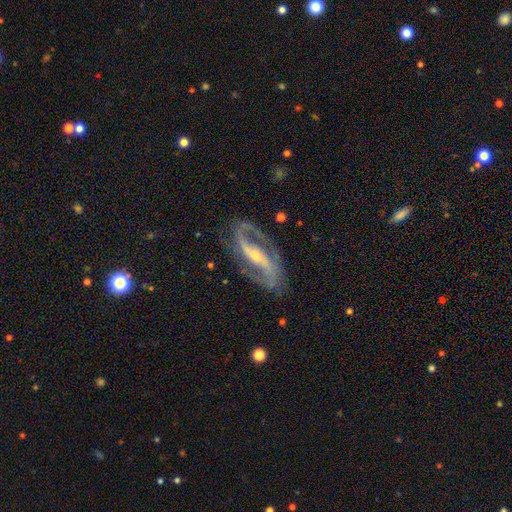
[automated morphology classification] smooth_or_featured: featured or disk (p=0.92) [alt: star or artifact p=0.05]
disk_edge_on: no (p=0.94) [alt: yes p=0.06]
bar: strong (p=0.60) [alt: weak p=0.24]
has_spiral_arms: yes (p=0.97) [alt: no p=0.03]
spiral_winding: medium (p=0.54) [alt: loose p=0.25]
spiral_arm_count: 2 (p=0.93) [alt: can't tell p=0.02]
bulge_size: small (p=0.63) [alt: moderate p=0.32]
merging: none (p=0.80) [alt: minor disturbance p=0.13]